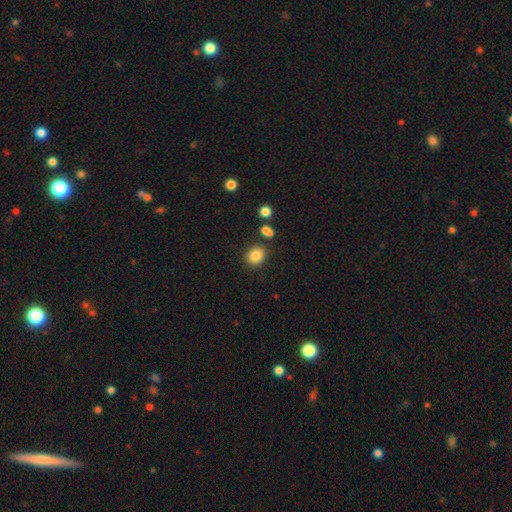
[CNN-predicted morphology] smooth_or_featured: smooth (p=0.85) [alt: star or artifact p=0.10]
how_rounded: round (p=0.61) [alt: in between p=0.38]
merging: none (p=0.82) [alt: minor disturbance p=0.09]